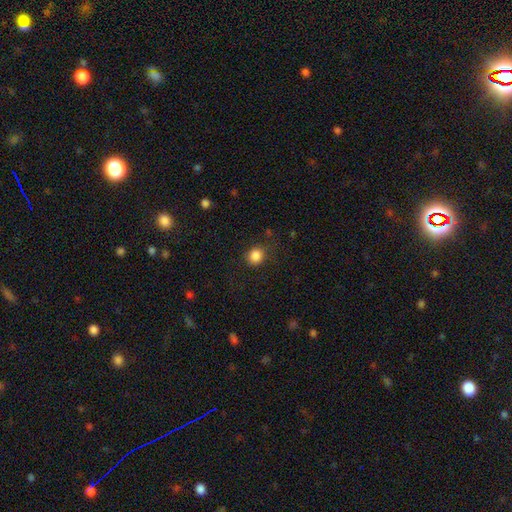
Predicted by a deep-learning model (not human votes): Smooth or featured? smooth (86%)
How rounded? round (80%)
Merging? none (80%)